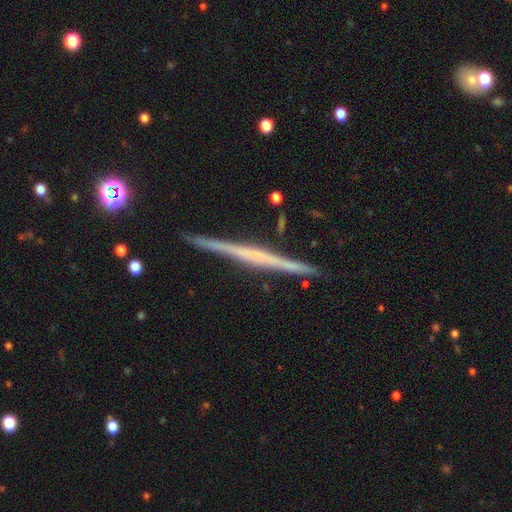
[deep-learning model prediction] Morphology: type=featured or disk (73%); edge-on=yes (98%); edge-on bulge=none (73%); merging=none (90%).